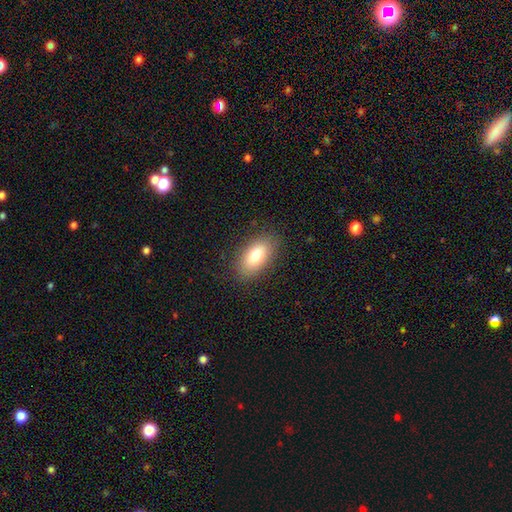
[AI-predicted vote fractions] Morphology: type=smooth (76%); roundness=in between (90%); merging=none (86%).